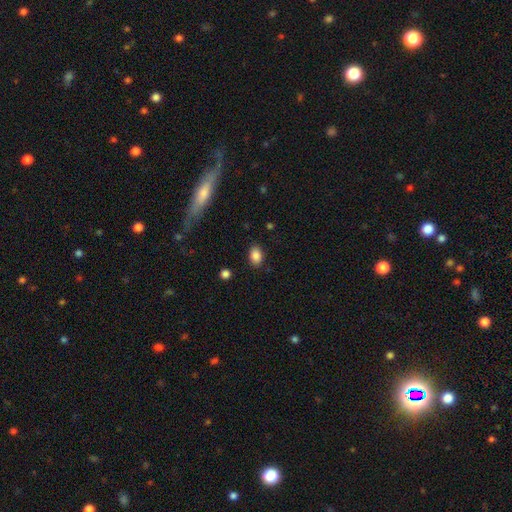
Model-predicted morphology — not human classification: smooth-or-featured: smooth: 87% | star or artifact: 9% | featured or disk: 5%
  how-rounded: in between: 79% | round: 20% | cigar-shaped: 1%
  merging: none: 85% | minor disturbance: 11% | major disturbance: 3% | merger: 2%